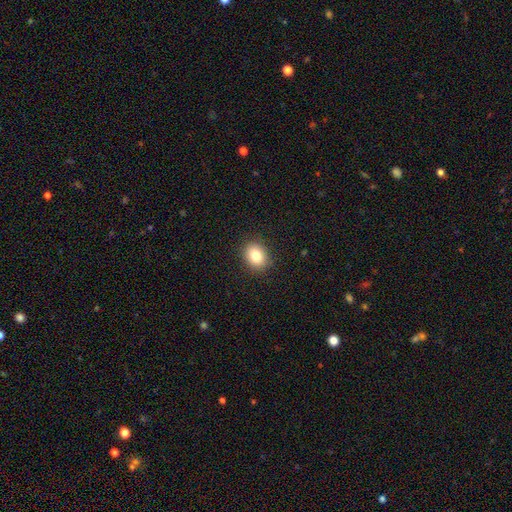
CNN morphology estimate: Smooth or featured? Predicted: smooth (p=0.83). How rounded? Predicted: in between (p=0.56). Merging? Predicted: none (p=0.89).